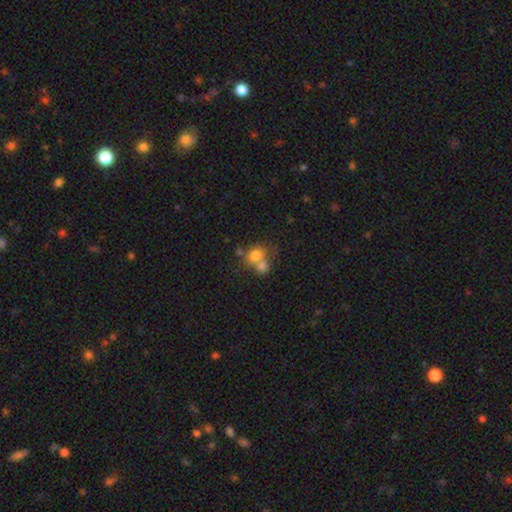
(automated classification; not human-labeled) Smooth or featured: smooth — 73% (featured or disk — 15%)
How rounded: round — 60% (in between — 39%)
Merging: merger — 57% (none — 30%)